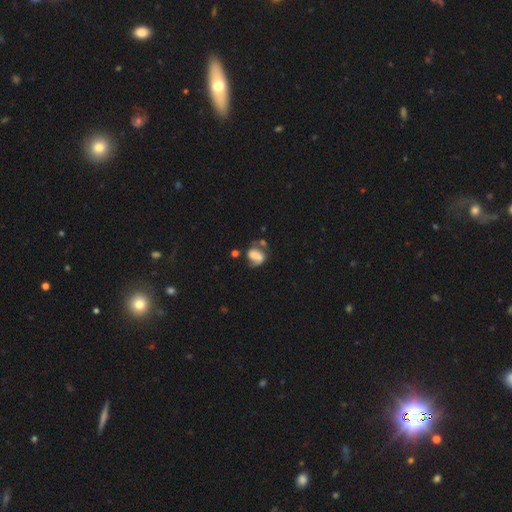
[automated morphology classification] A smooth galaxy with no disk features (45%). Merging: none (38%).